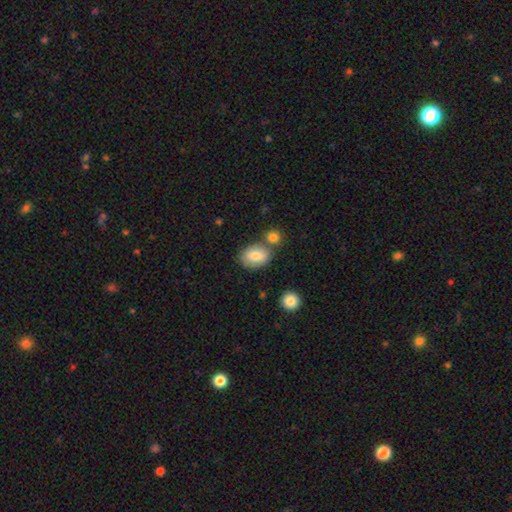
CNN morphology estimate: type=smooth (79%); roundness=in between (78%); merging=none (61%).